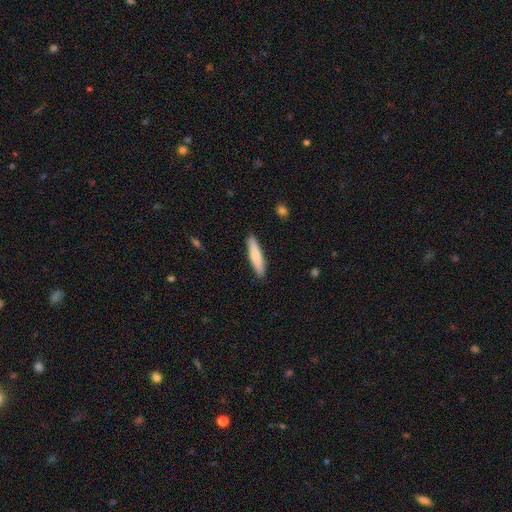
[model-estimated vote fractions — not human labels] smooth-or-featured: smooth: 78% | featured or disk: 17% | star or artifact: 5%
  how-rounded: cigar-shaped: 86% | in between: 13% | round: 1%
  merging: none: 90% | minor disturbance: 7% | major disturbance: 2% | merger: 1%